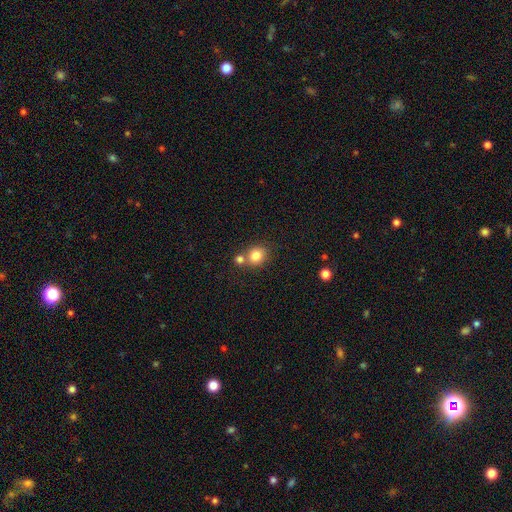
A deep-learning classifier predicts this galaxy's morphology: smooth 82%, star or artifact 11%, featured or disk 7%. Down the decision tree: how rounded — round (77%); merging — none (60%).